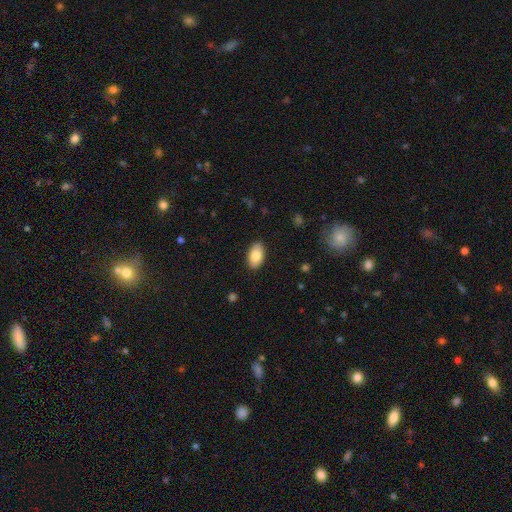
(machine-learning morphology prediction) Overall: smooth (84%). How rounded: in between (94%). Merging: none (88%).